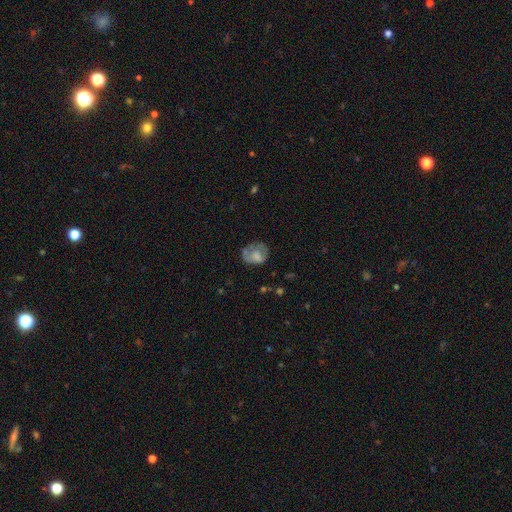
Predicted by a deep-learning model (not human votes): A smooth galaxy with no disk features (59%) that is round (52%).

Vote fractions:
- Smooth or featured? smooth: 59% / featured or disk: 32% / star or artifact: 9%
- How rounded? round: 52% / in between: 47% / cigar-shaped: 1%
- Merging? none: 45% / minor disturbance: 28% / major disturbance: 23% / merger: 4%